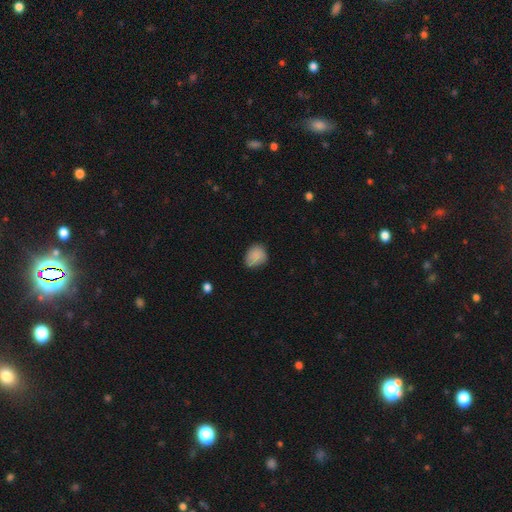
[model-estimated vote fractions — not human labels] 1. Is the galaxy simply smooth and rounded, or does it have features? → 84% smooth, 9% star or artifact, 7% featured or disk.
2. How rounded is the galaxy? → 52% round, 47% in between, 1% cigar-shaped.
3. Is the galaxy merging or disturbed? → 58% none, 34% minor disturbance, 6% major disturbance, 2% merger.